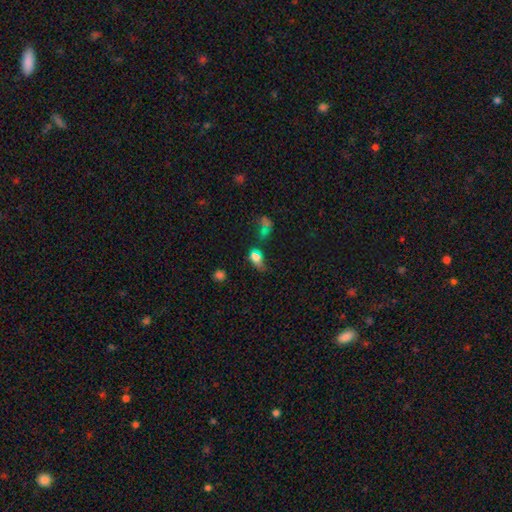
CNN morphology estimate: A smooth galaxy with no disk features (70%) that is in between round and cigar-shaped (73%). Merging: none (34%).